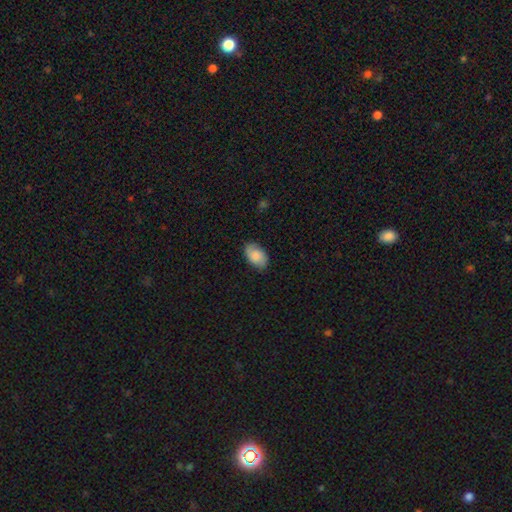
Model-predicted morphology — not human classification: smooth_or_featured: smooth (p=0.83) [alt: featured or disk p=0.10]
how_rounded: in between (p=0.92) [alt: round p=0.07]
merging: none (p=0.81) [alt: minor disturbance p=0.15]